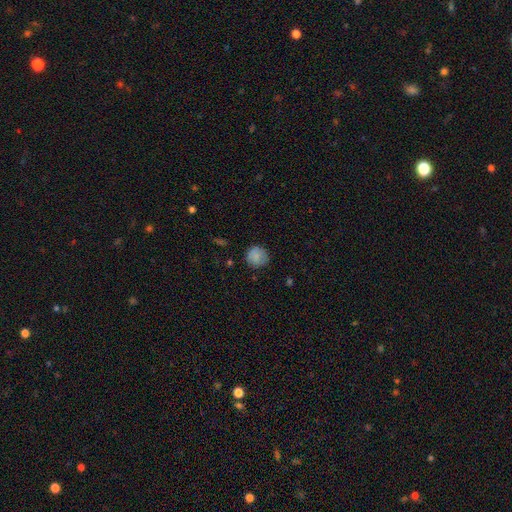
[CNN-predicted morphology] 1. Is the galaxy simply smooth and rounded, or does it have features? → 83% smooth, 9% featured or disk, 9% star or artifact.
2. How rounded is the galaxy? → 91% round, 8% in between, 1% cigar-shaped.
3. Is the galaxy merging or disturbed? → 82% none, 14% minor disturbance, 3% major disturbance, 1% merger.